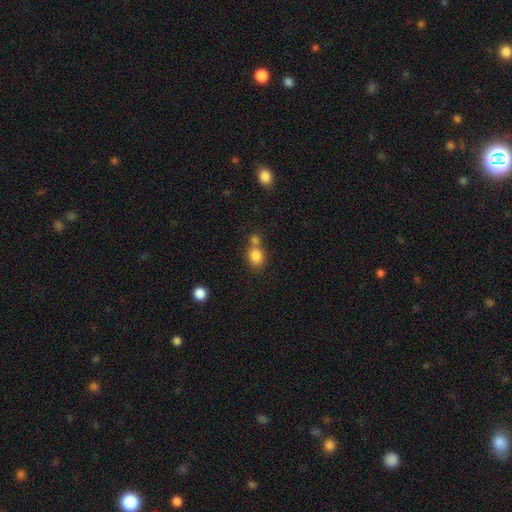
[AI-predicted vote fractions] Morphology: type=smooth (82%); roundness=round (54%); merging=none (45%).